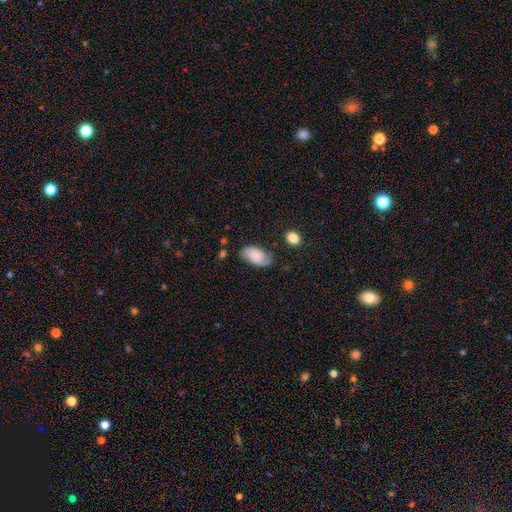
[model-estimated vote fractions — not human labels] Smooth or featured?
  - smooth: 50% *
  - featured or disk: 41%
  - star or artifact: 8%
How rounded?
  - in between: 93% *
  - round: 4%
  - cigar-shaped: 2%
Merging?
  - none: 66% *
  - minor disturbance: 24%
  - major disturbance: 7%
  - merger: 3%